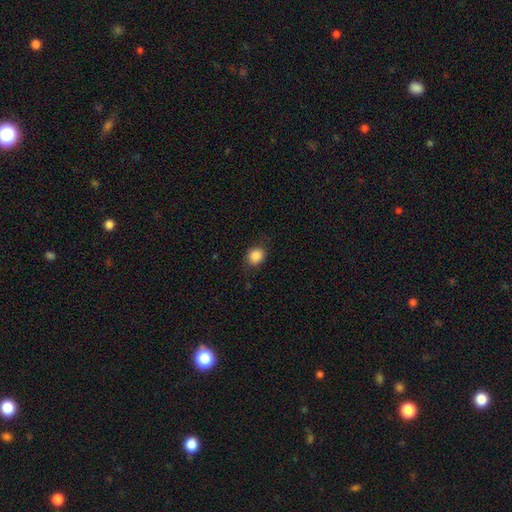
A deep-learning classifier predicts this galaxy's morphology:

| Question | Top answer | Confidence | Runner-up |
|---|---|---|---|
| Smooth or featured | smooth | 87% | star or artifact (9%) |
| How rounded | round | 63% | in between (36%) |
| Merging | none | 81% | minor disturbance (14%) |